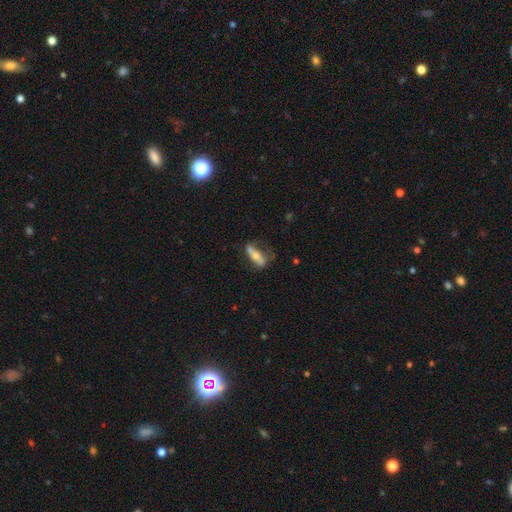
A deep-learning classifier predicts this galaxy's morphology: Smooth or featured? Predicted: smooth (p=0.50). Merging? Predicted: none (p=0.50).